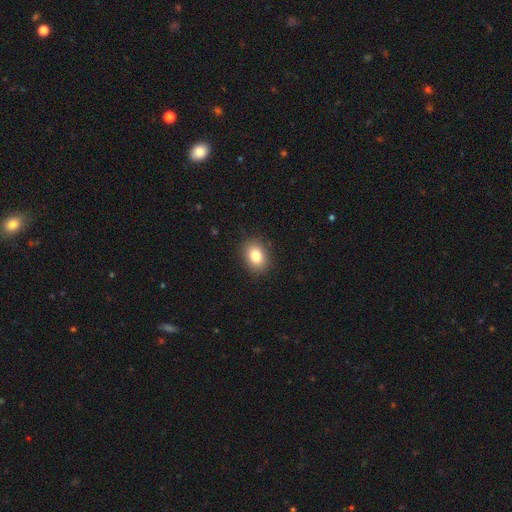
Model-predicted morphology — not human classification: A smooth galaxy with no disk features (83%) that is in between round and cigar-shaped (69%).

Vote fractions:
- Smooth or featured? smooth: 83% / star or artifact: 9% / featured or disk: 8%
- How rounded? in between: 69% / round: 30% / cigar-shaped: 1%
- Merging? none: 88% / minor disturbance: 9% / major disturbance: 2% / merger: 1%